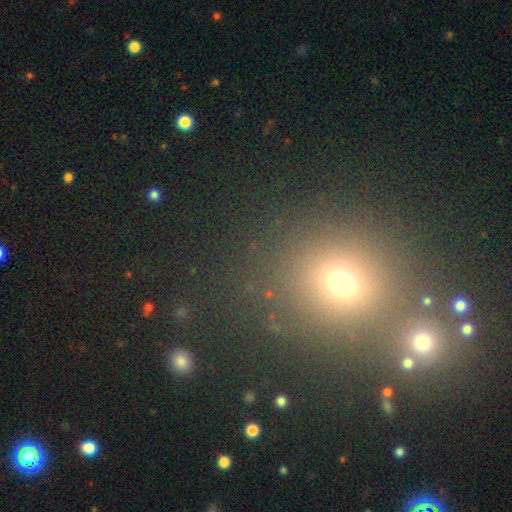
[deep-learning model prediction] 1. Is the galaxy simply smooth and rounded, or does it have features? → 47% smooth, 45% star or artifact, 9% featured or disk.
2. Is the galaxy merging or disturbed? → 77% none, 11% merger, 8% minor disturbance, 4% major disturbance.